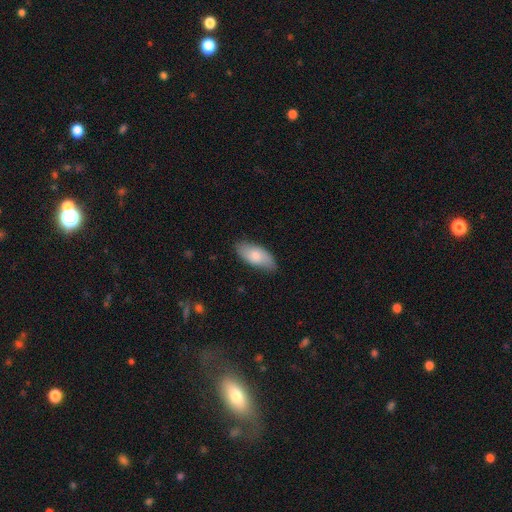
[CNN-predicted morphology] A smooth galaxy with no disk features (77%) that is in between round and cigar-shaped (89%).

Vote fractions:
- Smooth or featured? smooth: 77% / featured or disk: 18% / star or artifact: 6%
- How rounded? in between: 89% / cigar-shaped: 9% / round: 2%
- Merging? none: 80% / minor disturbance: 16% / major disturbance: 3% / merger: 1%